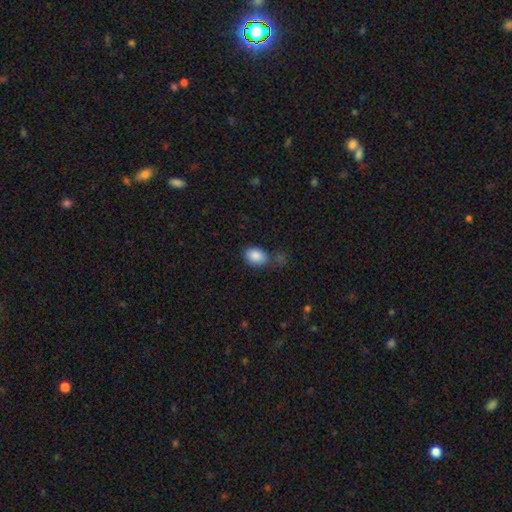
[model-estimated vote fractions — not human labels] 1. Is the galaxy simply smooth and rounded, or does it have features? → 87% smooth, 8% star or artifact, 5% featured or disk.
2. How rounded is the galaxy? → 82% in between, 16% round, 1% cigar-shaped.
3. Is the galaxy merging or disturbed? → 63% none, 22% minor disturbance, 9% merger, 7% major disturbance.